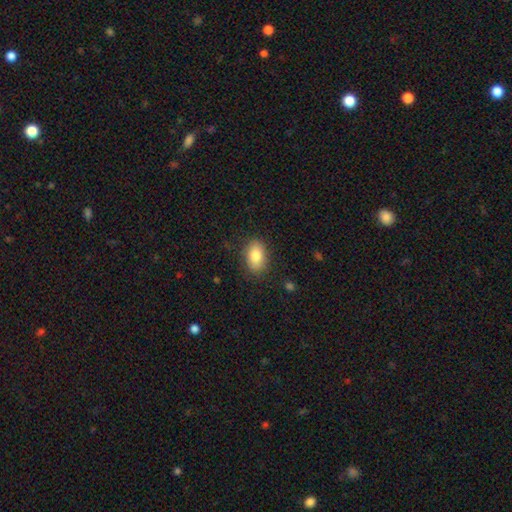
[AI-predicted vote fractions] This is clearly a smooth galaxy (84%). How rounded: clearly in between (89%). Merging: clearly none (84%).